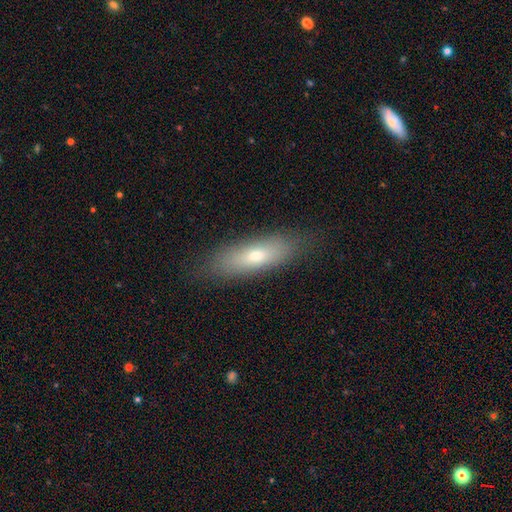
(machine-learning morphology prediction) This is likely a smooth galaxy (65%). How rounded: possibly in between (50%). Merging: clearly none (84%).